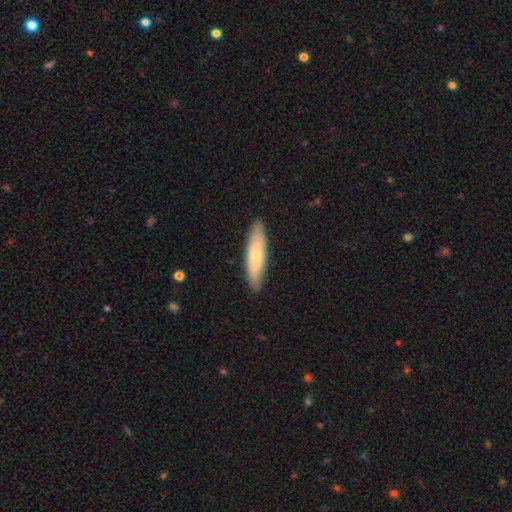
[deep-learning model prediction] smooth-or-featured: smooth: 67% | featured or disk: 27% | star or artifact: 5%
  how-rounded: cigar-shaped: 77% | in between: 22% | round: 2%
  merging: none: 88% | minor disturbance: 9% | major disturbance: 2% | merger: 1%